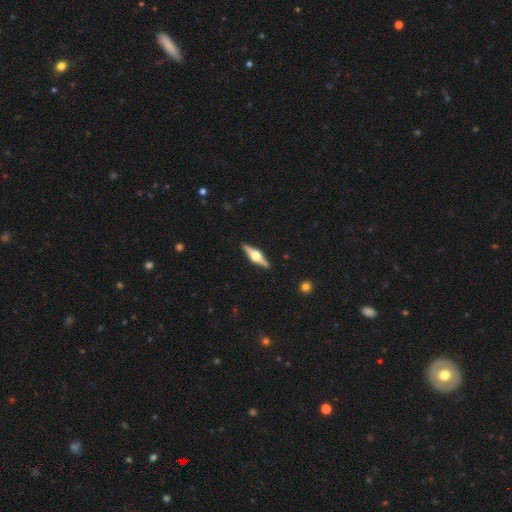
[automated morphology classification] The model was most divided on "smooth or featured": featured or disk: 79%, smooth: 17%, star or artifact: 5%. More confident: edge-on disk — yes (98%); edge-on bulge — rounded (96%); merging — none (91%).